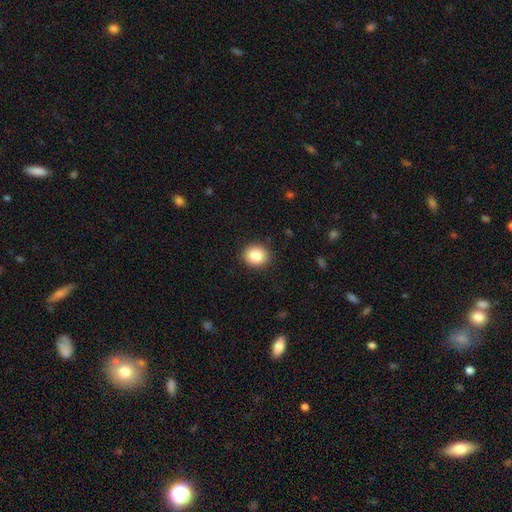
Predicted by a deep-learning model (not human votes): smooth 83%, star or artifact 10%, featured or disk 7%. Down the decision tree: how rounded — round (77%); merging — none (90%).